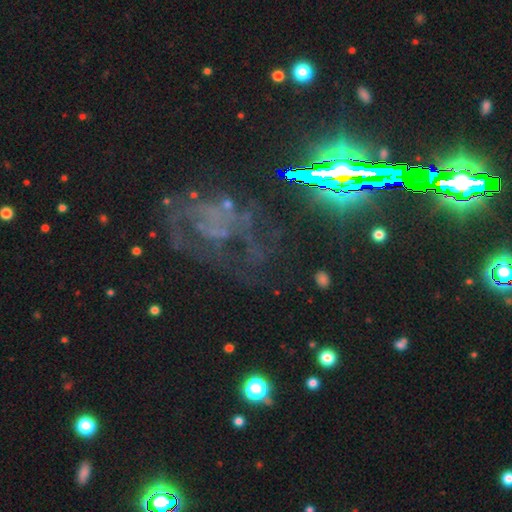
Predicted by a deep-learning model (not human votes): A featured or disk galaxy (44%). Merging: none (47%).